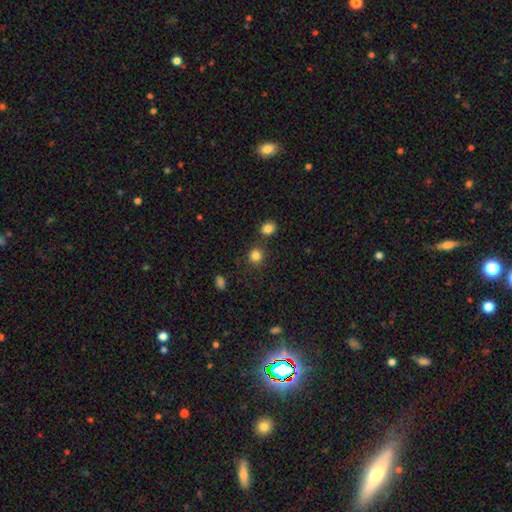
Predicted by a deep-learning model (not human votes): Morphology: type=smooth (83%); roundness=round (87%); merging=none (77%).